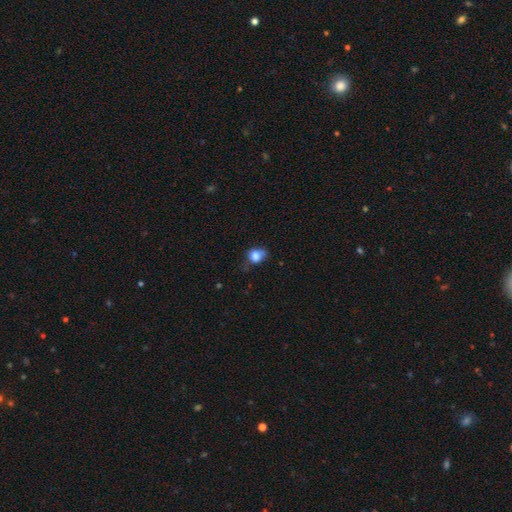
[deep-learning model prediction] smooth 79%, star or artifact 11%, featured or disk 10%. Down the decision tree: how rounded — round (61%); merging — none (47%).